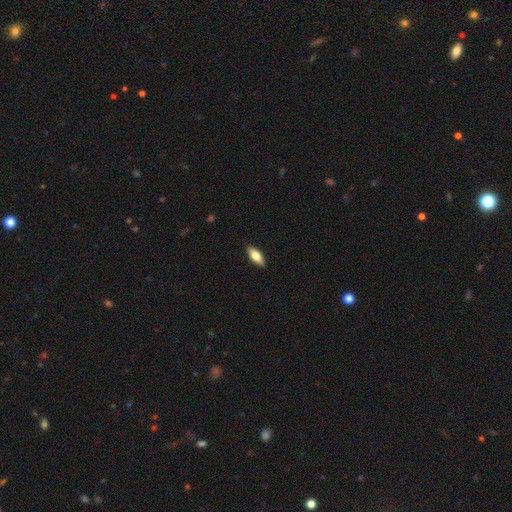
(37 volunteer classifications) Smooth or featured?
  - smooth: 70% *
  - featured or disk: 27%
  - star or artifact: 3%
How rounded?
  - in between: 85% *
  - cigar-shaped: 15%
  - round: 0%
Merging?
  - none: 97% *
  - minor disturbance: 3%
  - major disturbance: 0%
  - merger: 0%